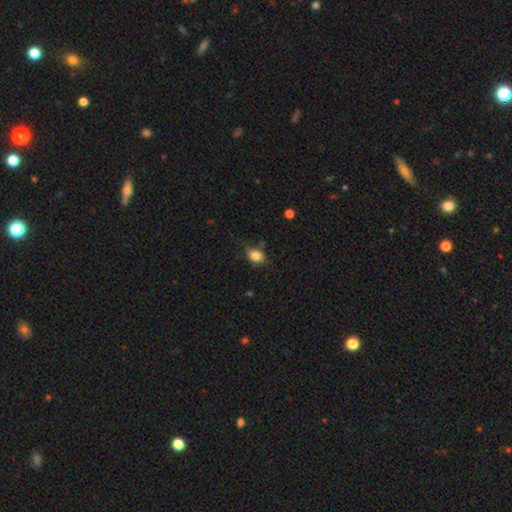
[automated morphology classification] Smooth or featured?
  - smooth: 81% *
  - star or artifact: 10%
  - featured or disk: 9%
How rounded?
  - in between: 63% *
  - round: 35%
  - cigar-shaped: 2%
Merging?
  - none: 65% *
  - minor disturbance: 26%
  - major disturbance: 7%
  - merger: 2%